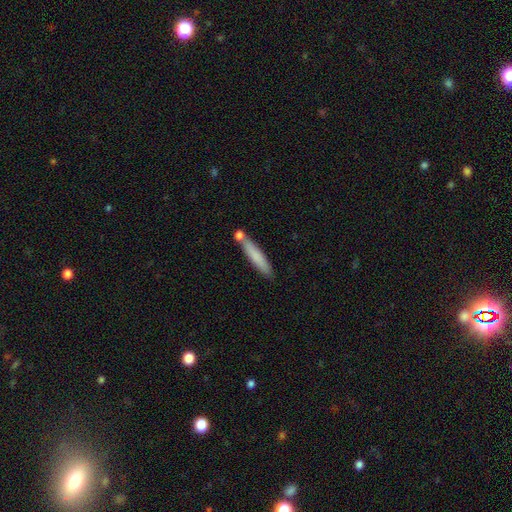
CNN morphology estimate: Smooth or featured: smooth — 76% (featured or disk — 17%)
How rounded: cigar-shaped — 89% (in between — 10%)
Merging: none — 70% (merger — 14%)